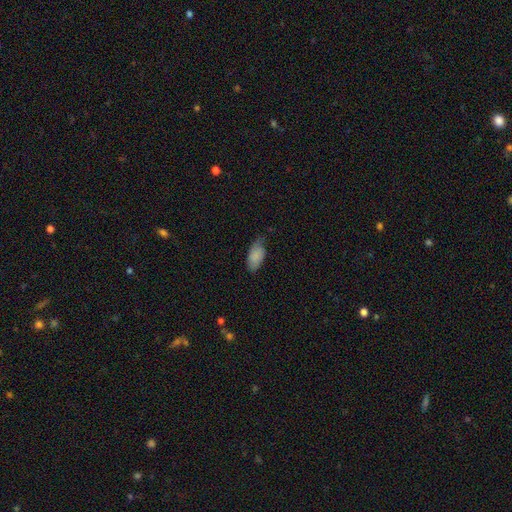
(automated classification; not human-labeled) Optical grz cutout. It shows a smooth galaxy with no disk features (81%) that is in between round and cigar-shaped (93%). Merging: none (57%).